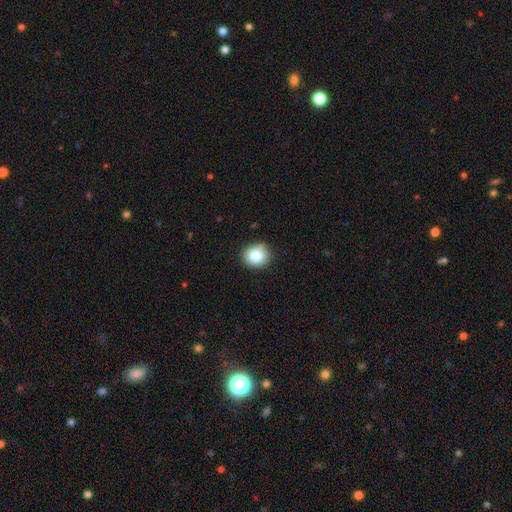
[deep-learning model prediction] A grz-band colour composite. It shows a smooth galaxy with no disk features (84%) that is round (79%). Merging: none (85%).